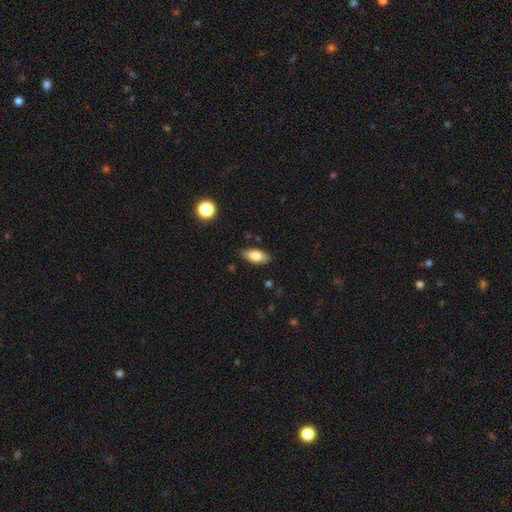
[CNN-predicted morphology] The model was most divided on "smooth or featured": smooth: 78%, featured or disk: 14%, star or artifact: 7%. More confident: how rounded — in between (88%); merging — none (86%).